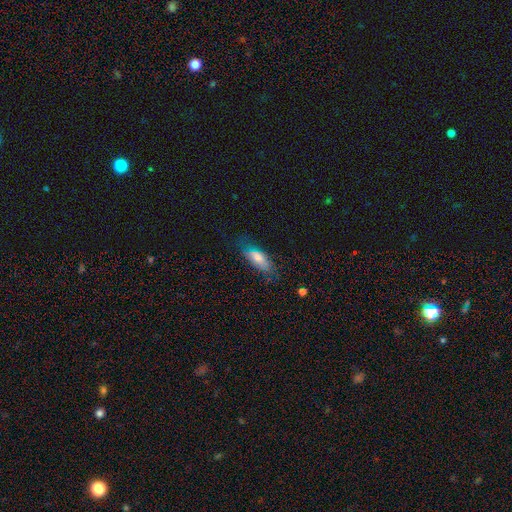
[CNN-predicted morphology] Smooth or featured: smooth — 63% (featured or disk — 27%)
How rounded: in between — 61% (cigar-shaped — 37%)
Merging: none — 68% (minor disturbance — 22%)